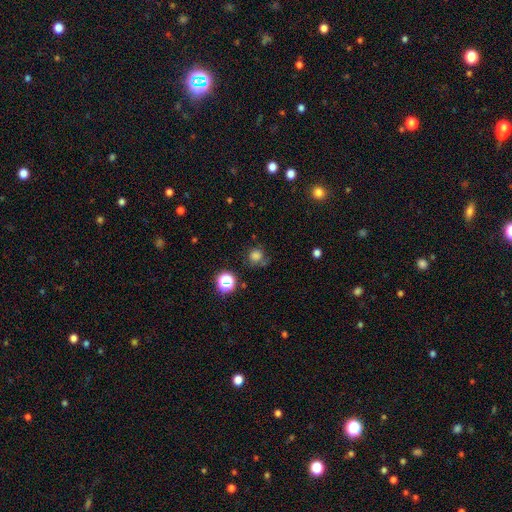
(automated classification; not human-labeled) Smooth or featured? smooth (74%)
How rounded? round (87%)
Merging? none (64%)